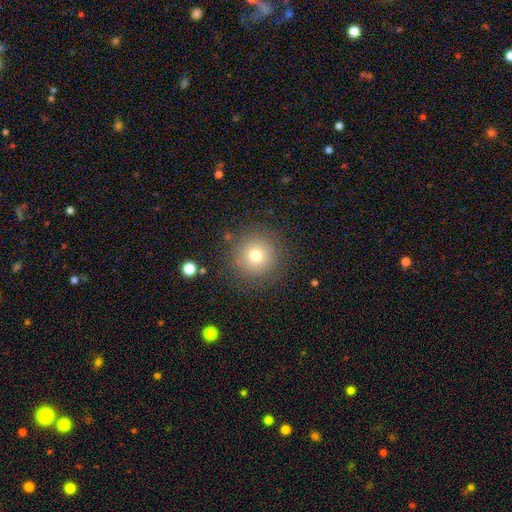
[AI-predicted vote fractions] Morphology: type=smooth (73%); roundness=round (95%); merging=none (86%).